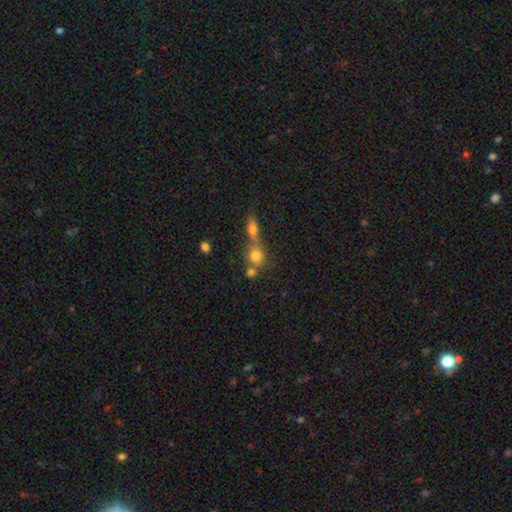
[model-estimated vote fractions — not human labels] Q: Smooth or featured?
A: smooth (75%); runner-up: star or artifact (13%)
Q: How rounded?
A: round (80%); runner-up: in between (17%)
Q: Merging?
A: merger (45%); runner-up: none (43%)